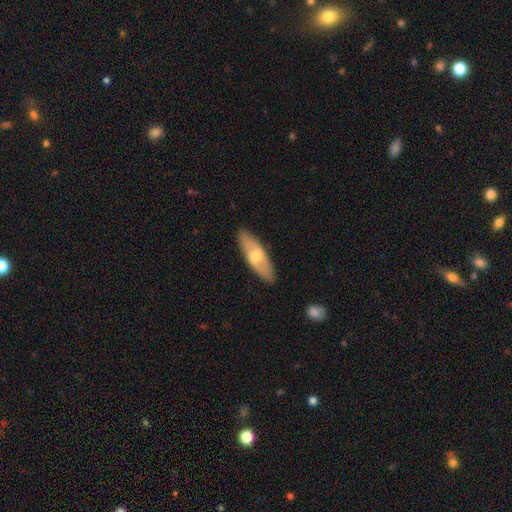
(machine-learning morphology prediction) A smooth galaxy with no disk features (53%) that is in between round and cigar-shaped (57%).

Vote fractions:
- Smooth or featured? smooth: 53% / featured or disk: 41% / star or artifact: 5%
- How rounded? in between: 57% / cigar-shaped: 41% / round: 2%
- Merging? none: 86% / minor disturbance: 10% / major disturbance: 2% / merger: 1%